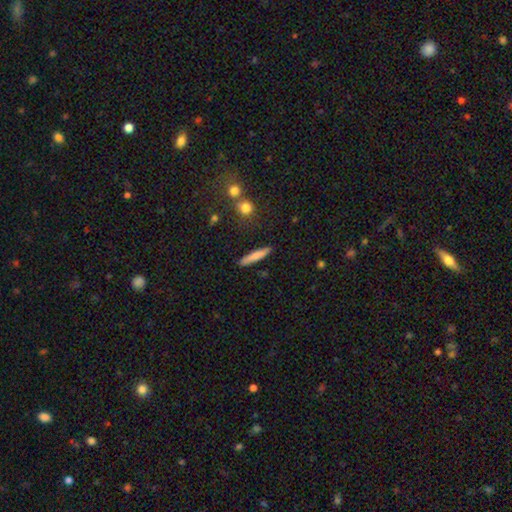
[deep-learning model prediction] smooth 73%, featured or disk 21%, star or artifact 6%. Down the decision tree: how rounded — cigar-shaped (89%); merging — none (89%).